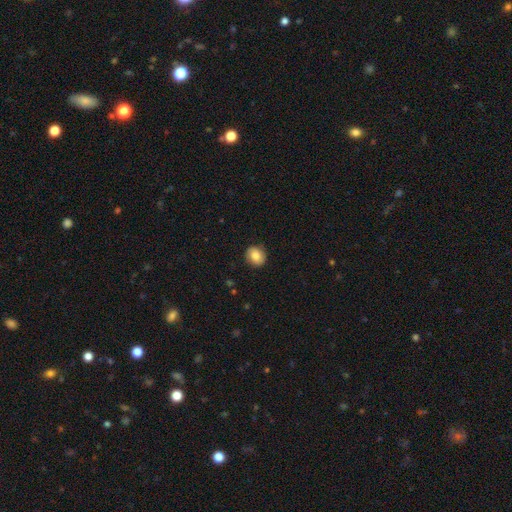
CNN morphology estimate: Smooth or featured? smooth (79%)
How rounded? round (72%)
Merging? none (86%)